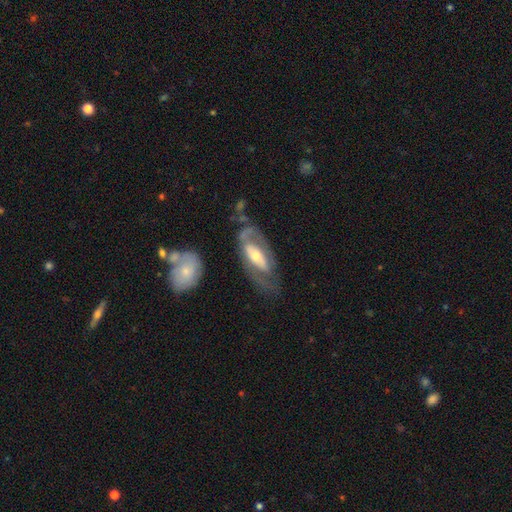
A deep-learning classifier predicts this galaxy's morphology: The model was most divided on "bar": no: 38%, strong: 36%, weak: 26%. More confident: edge-on disk — no (87%); smooth or featured — featured or disk (71%); spiral arms — yes (66%); merging — none (56%); bulge size — moderate (55%).